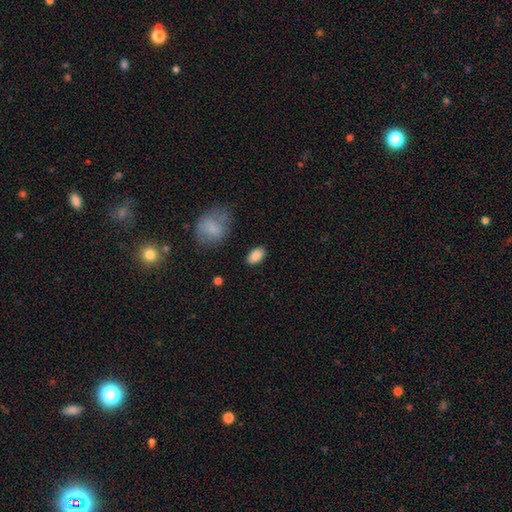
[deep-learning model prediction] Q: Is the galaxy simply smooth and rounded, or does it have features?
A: smooth — 88%.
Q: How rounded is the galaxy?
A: in between — 92%.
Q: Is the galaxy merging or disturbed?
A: none — 86%.